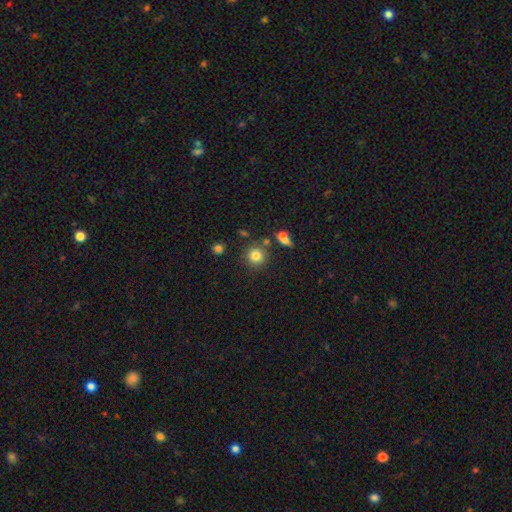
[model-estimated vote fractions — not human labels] A smooth galaxy with no disk features (80%) that is round (91%). Merging: none (80%).